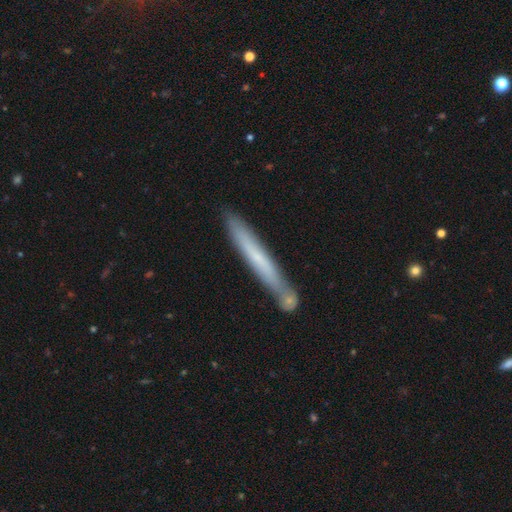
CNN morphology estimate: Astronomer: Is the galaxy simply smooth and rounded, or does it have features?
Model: smooth — 49% (runner-up: featured or disk, 44%).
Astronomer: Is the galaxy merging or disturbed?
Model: none — 74%.